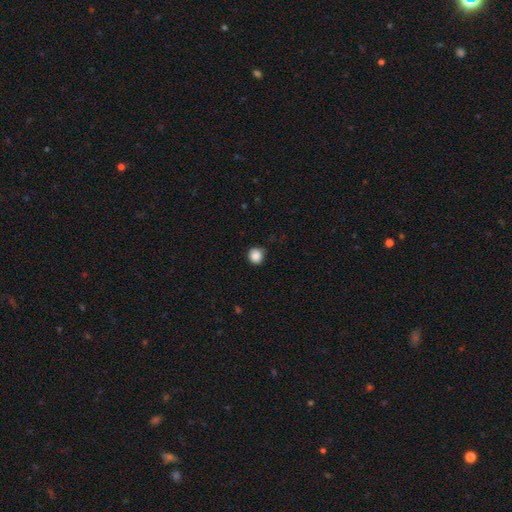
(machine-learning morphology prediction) type=smooth (87%); roundness=round (88%); merging=none (81%).